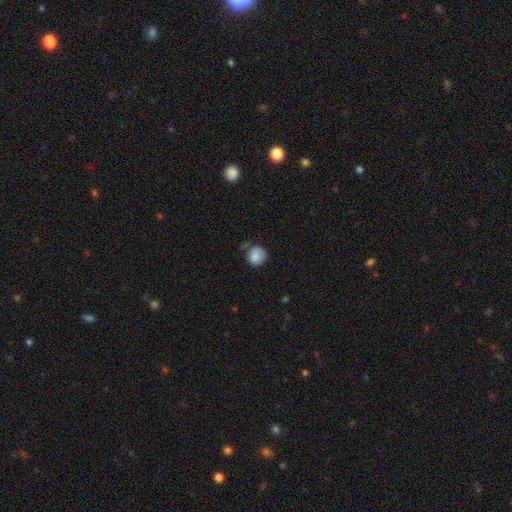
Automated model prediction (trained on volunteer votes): A smooth galaxy with no disk features (85%) that is round (88%).

Vote fractions:
- Smooth or featured? smooth: 85% / star or artifact: 8% / featured or disk: 7%
- How rounded? round: 88% / in between: 11% / cigar-shaped: 1%
- Merging? none: 63% / minor disturbance: 23% / merger: 7% / major disturbance: 7%